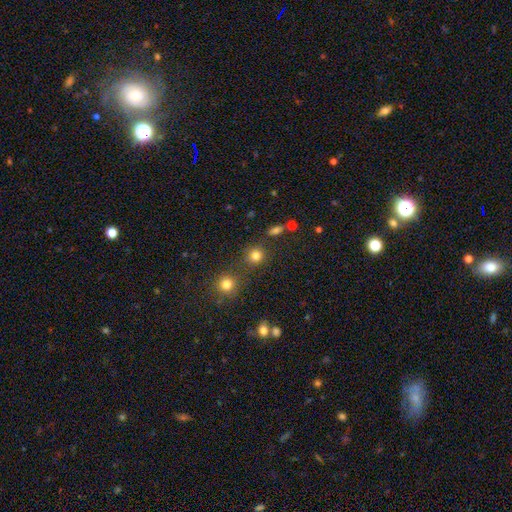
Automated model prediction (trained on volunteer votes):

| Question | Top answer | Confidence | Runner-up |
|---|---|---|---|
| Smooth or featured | smooth | 79% | star or artifact (16%) |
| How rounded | round | 89% | in between (10%) |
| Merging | none | 77% | merger (11%) |